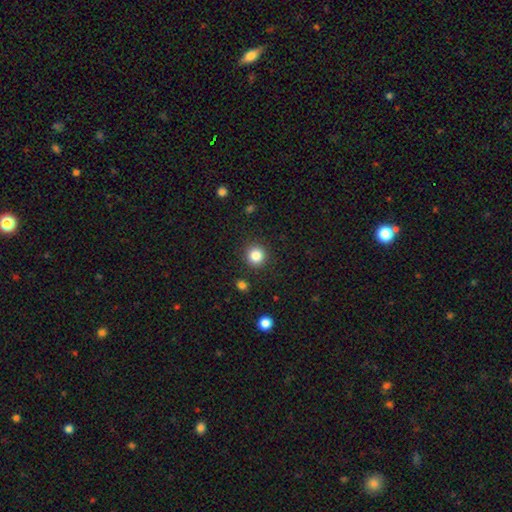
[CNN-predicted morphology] Overall: smooth (85%). How rounded: round (94%). Merging: none (91%).